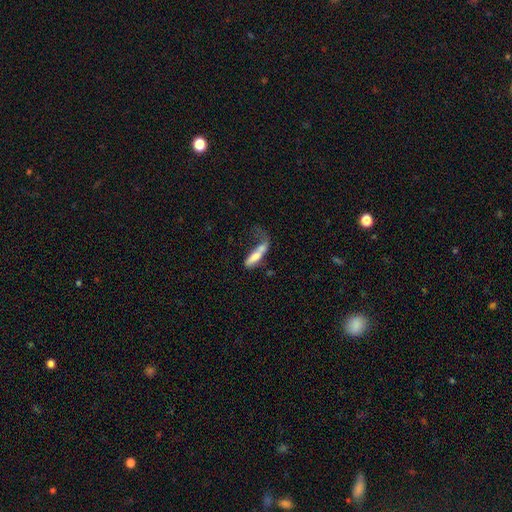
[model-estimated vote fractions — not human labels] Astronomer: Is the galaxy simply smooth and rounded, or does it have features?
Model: smooth — 63%.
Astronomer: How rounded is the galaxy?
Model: cigar-shaped — 62%.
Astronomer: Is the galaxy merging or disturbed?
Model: major disturbance — 39% (runner-up: merger, 23%).